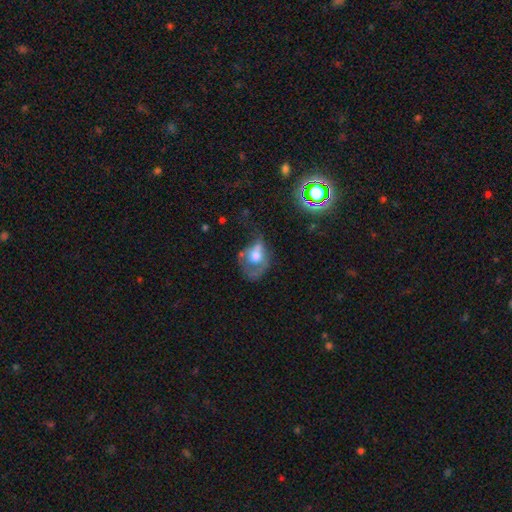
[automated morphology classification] Smooth or featured?
  - smooth: 47% *
  - featured or disk: 44%
  - star or artifact: 9%
Merging?
  - major disturbance: 47% *
  - minor disturbance: 23%
  - none: 23%
  - merger: 6%